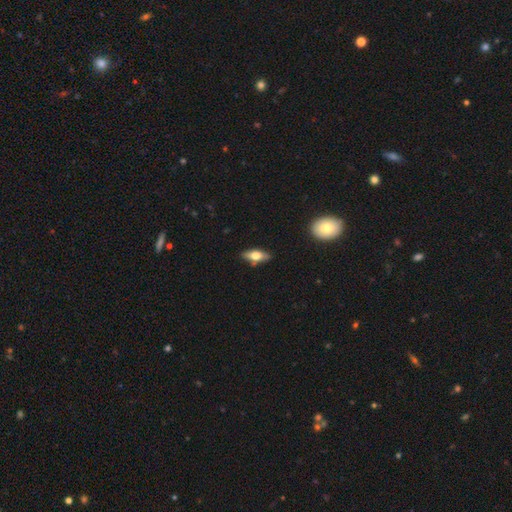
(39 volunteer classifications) smooth 67%, featured or disk 28%, star or artifact 5%. Down the decision tree: how rounded — in between (88%); merging — none (73%).